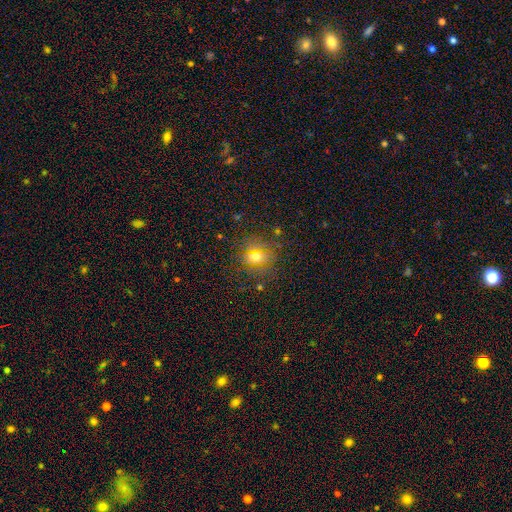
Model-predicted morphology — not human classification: A smooth galaxy with no disk features (61%) that is round (68%).

Vote fractions:
- Smooth or featured? smooth: 61% / star or artifact: 24% / featured or disk: 15%
- How rounded? round: 68% / in between: 29% / cigar-shaped: 3%
- Merging? none: 79% / minor disturbance: 13% / major disturbance: 6% / merger: 2%